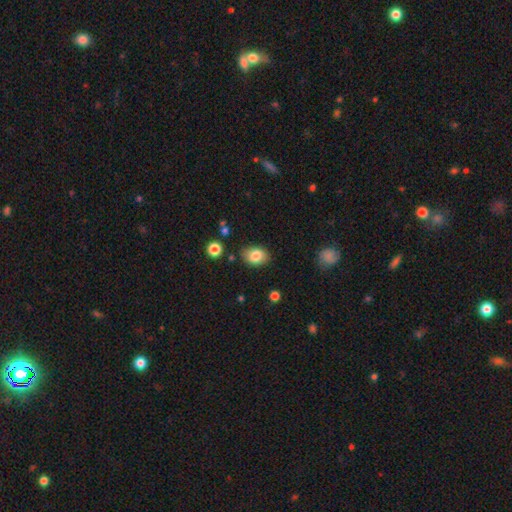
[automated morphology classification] Q: Smooth or featured?
A: smooth (83%); runner-up: featured or disk (9%)
Q: How rounded?
A: in between (71%); runner-up: round (28%)
Q: Merging?
A: none (83%); runner-up: minor disturbance (13%)